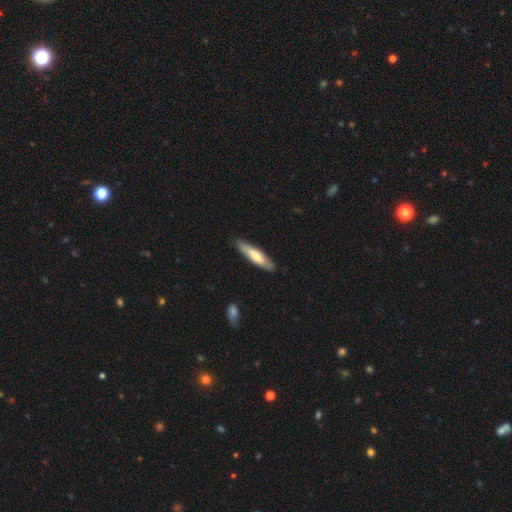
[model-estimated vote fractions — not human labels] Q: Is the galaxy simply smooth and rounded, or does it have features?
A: smooth — 63%.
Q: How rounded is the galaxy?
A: cigar-shaped — 80%.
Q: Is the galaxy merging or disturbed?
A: none — 86%.